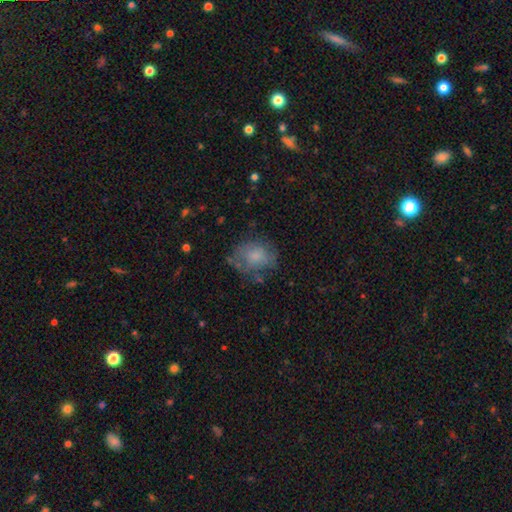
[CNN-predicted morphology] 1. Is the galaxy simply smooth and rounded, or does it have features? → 68% smooth, 23% featured or disk, 9% star or artifact.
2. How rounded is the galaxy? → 59% round, 40% in between, 1% cigar-shaped.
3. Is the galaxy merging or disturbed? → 57% none, 25% minor disturbance, 14% major disturbance, 3% merger.